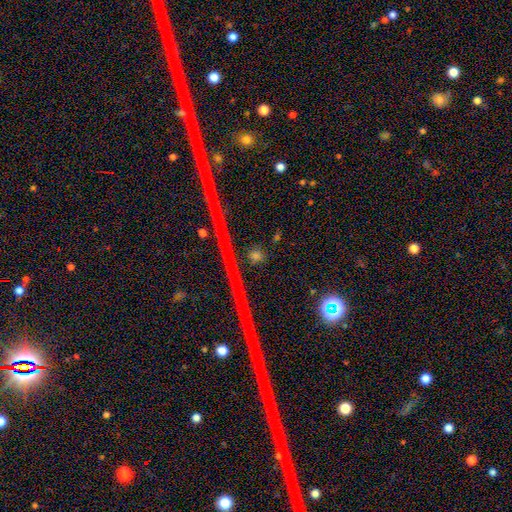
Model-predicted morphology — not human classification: smooth_or_featured: star or artifact (p=0.55) [alt: smooth p=0.34]